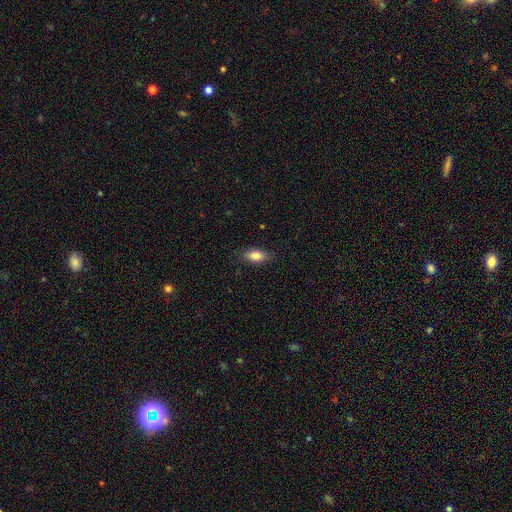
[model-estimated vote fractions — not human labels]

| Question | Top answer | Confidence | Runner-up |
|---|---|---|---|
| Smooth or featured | smooth | 83% | featured or disk (9%) |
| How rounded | in between | 86% | cigar-shaped (10%) |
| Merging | none | 83% | minor disturbance (13%) |